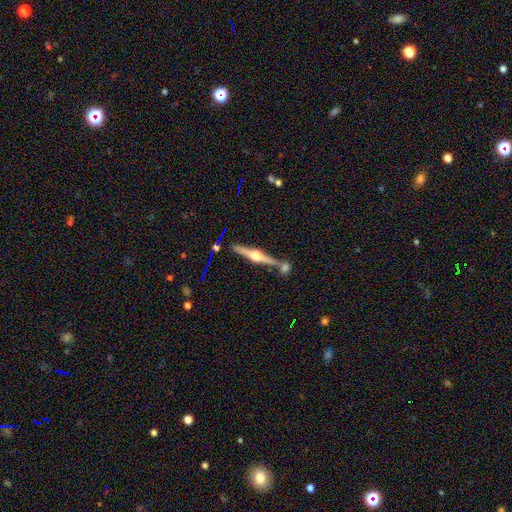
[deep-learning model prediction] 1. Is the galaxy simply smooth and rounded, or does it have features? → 81% featured or disk, 13% smooth, 6% star or artifact.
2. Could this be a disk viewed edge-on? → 98% yes, 2% no.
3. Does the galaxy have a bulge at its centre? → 94% rounded, 4% boxy, 2% none.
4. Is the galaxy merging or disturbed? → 77% none, 11% merger, 9% minor disturbance, 2% major disturbance.